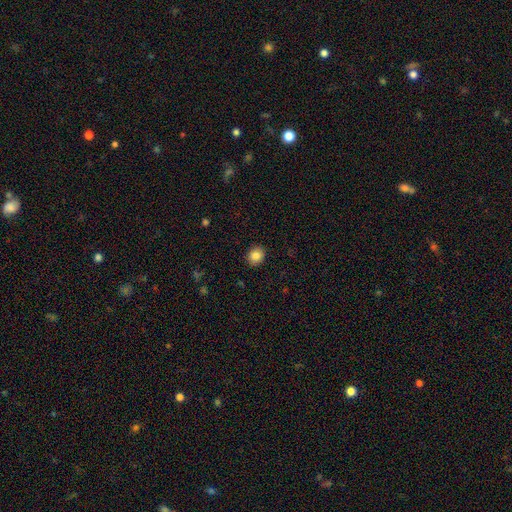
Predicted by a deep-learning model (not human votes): smooth 85%, star or artifact 9%, featured or disk 6%. Down the decision tree: how rounded — round (60%); merging — none (90%).